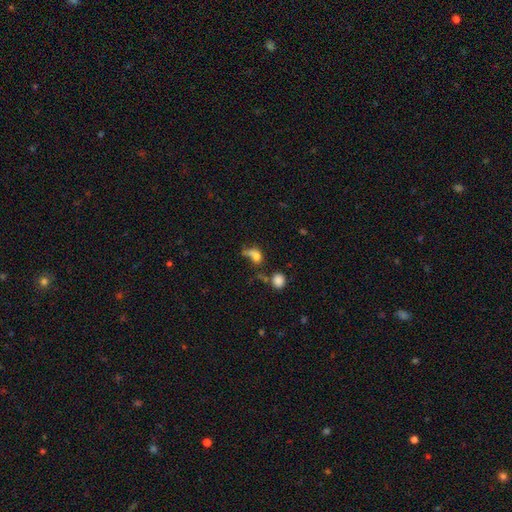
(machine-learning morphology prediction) Q: Smooth or featured?
A: smooth (67%); runner-up: featured or disk (17%)
Q: How rounded?
A: in between (56%); runner-up: round (40%)
Q: Merging?
A: merger (28%); tied with: none (28%)